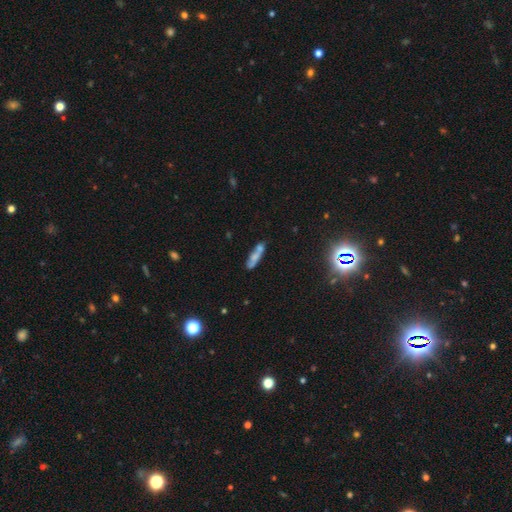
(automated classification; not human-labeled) smooth-or-featured: smooth: 59% | featured or disk: 32% | star or artifact: 9%
  how-rounded: cigar-shaped: 72% | in between: 25% | round: 3%
  merging: none: 52% | merger: 22% | minor disturbance: 19% | major disturbance: 7%